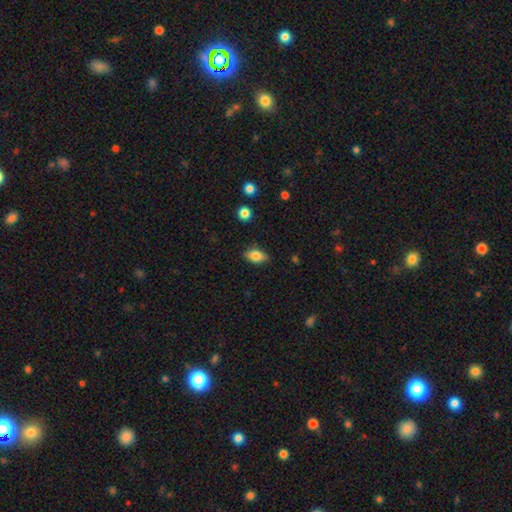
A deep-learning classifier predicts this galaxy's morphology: A smooth galaxy with no disk features (80%) that is in between round and cigar-shaped (87%).

Vote fractions:
- Smooth or featured? smooth: 80% / featured or disk: 11% / star or artifact: 8%
- How rounded? in between: 87% / round: 8% / cigar-shaped: 5%
- Merging? none: 84% / minor disturbance: 12% / major disturbance: 2% / merger: 1%